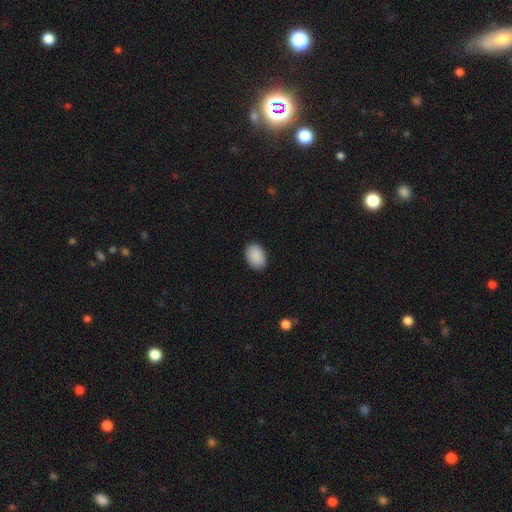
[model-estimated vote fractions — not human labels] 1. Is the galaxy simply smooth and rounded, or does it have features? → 91% smooth, 7% star or artifact, 3% featured or disk.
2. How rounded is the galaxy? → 82% in between, 17% round, 1% cigar-shaped.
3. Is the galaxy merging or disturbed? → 89% none, 8% minor disturbance, 2% major disturbance, 1% merger.